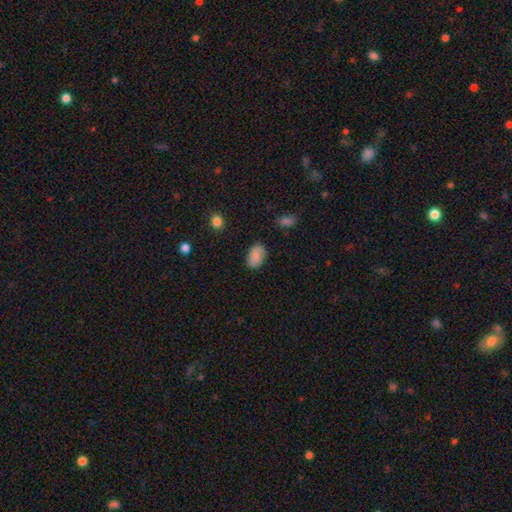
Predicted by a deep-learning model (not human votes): Morphology: type=smooth (84%); roundness=in between (90%); merging=none (83%).